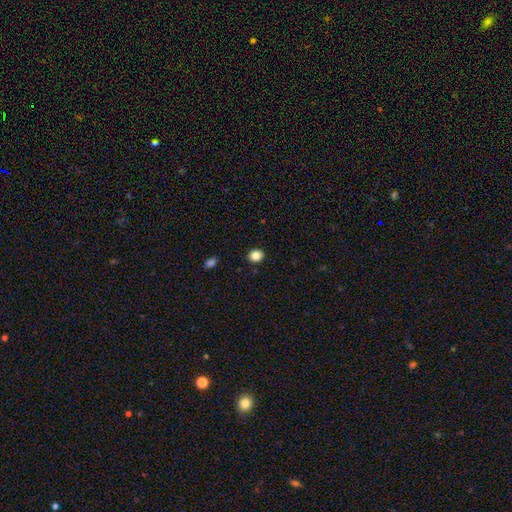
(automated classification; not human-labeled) This is clearly a smooth galaxy (85%). How rounded: likely round (75%). Merging: clearly none (91%).